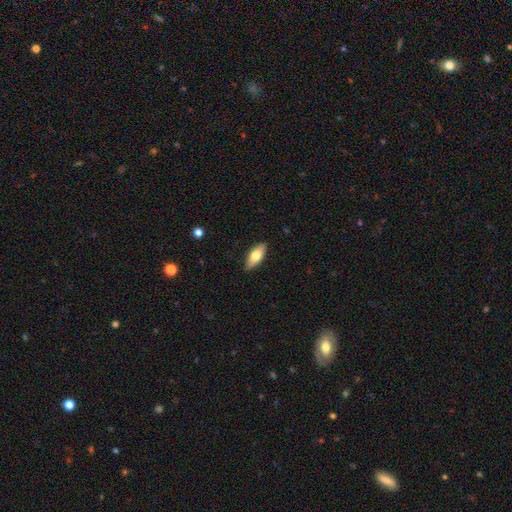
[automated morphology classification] A smooth galaxy with no disk features (73%) that is in between round and cigar-shaped (82%).

Vote fractions:
- Smooth or featured? smooth: 73% / featured or disk: 21% / star or artifact: 6%
- How rounded? in between: 82% / cigar-shaped: 15% / round: 3%
- Merging? none: 87% / minor disturbance: 10% / major disturbance: 2% / merger: 1%